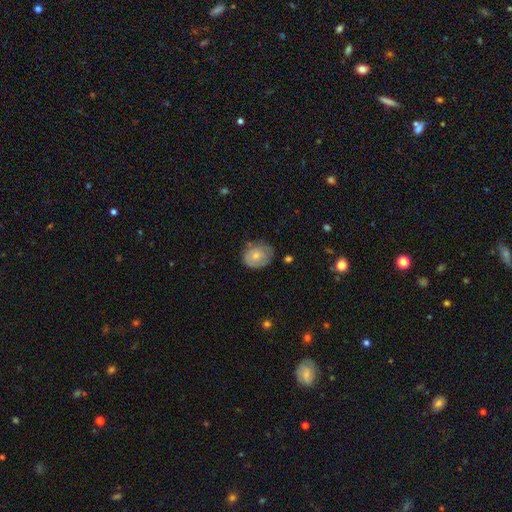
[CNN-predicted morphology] Smooth or featured: smooth — 69% (featured or disk — 24%)
How rounded: round — 51% (in between — 48%)
Merging: none — 61% (minor disturbance — 29%)